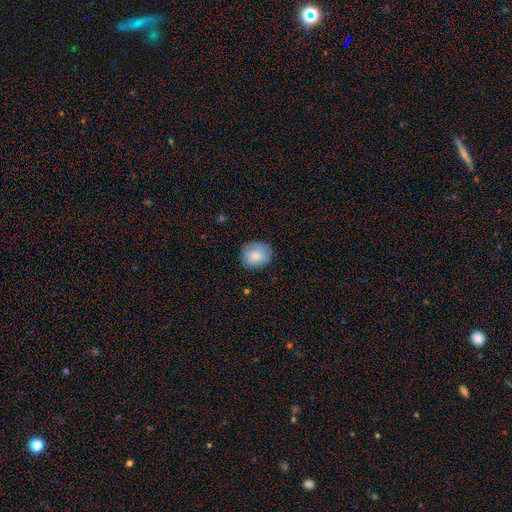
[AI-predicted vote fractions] Smooth or featured? Predicted: smooth (p=0.80). How rounded? Predicted: round (p=0.72). Merging? Predicted: none (p=0.78).